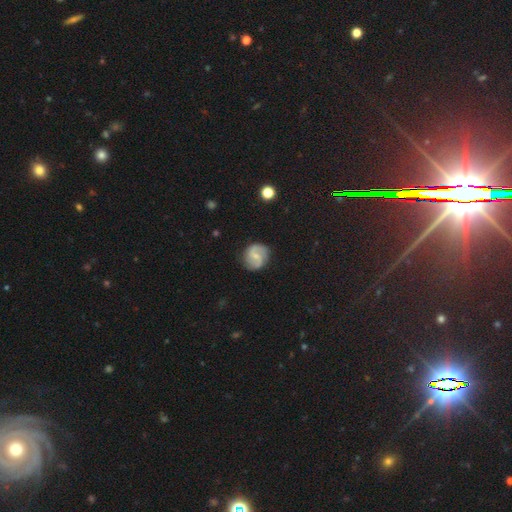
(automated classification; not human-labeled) This appears to be a featured or disk galaxy (73%) with a weak bar (55%), 2 (89%) medium (48%) spiral arms (93%) and a small central bulge (60%). Merging: none (81%).